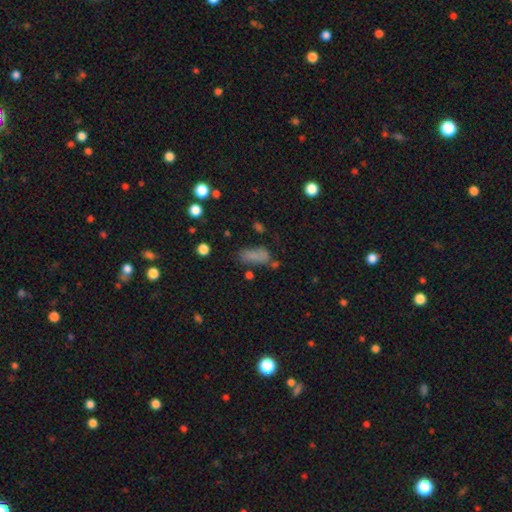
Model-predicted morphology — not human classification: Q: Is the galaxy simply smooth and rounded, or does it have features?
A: smooth — 72%.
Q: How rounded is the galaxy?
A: in between — 76%.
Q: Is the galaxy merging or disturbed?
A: none — 49%.